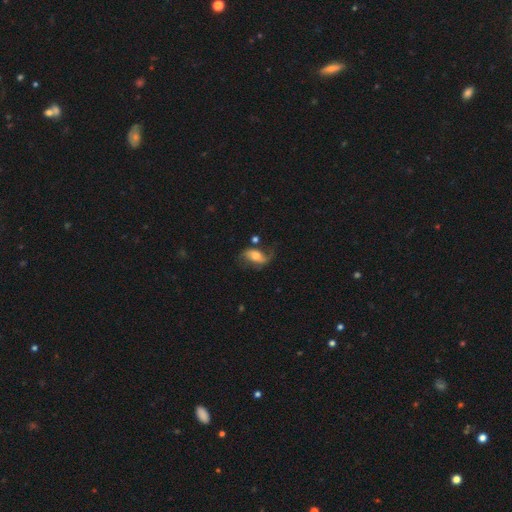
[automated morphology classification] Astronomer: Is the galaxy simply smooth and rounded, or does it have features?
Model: featured or disk — 57% (runner-up: smooth, 35%).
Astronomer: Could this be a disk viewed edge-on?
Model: no — 93%.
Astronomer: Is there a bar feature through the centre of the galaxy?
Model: no — 47% (runner-up: weak, 35%).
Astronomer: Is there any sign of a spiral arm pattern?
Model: yes — 85%.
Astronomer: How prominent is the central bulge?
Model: moderate — 54%.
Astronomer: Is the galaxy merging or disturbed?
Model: none — 48% (runner-up: minor disturbance, 24%).